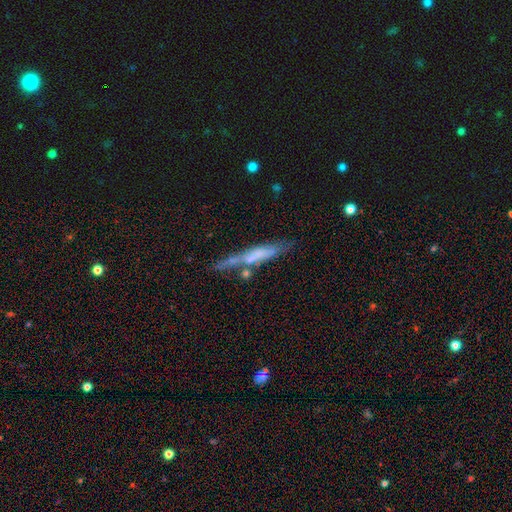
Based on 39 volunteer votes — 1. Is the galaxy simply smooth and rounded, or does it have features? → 69% featured or disk, 23% smooth, 8% star or artifact.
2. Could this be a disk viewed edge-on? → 85% yes, 15% no.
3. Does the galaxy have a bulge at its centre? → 57% none, 22% boxy, 22% rounded.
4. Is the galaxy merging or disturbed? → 44% none, 31% minor disturbance, 17% merger, 8% major disturbance.